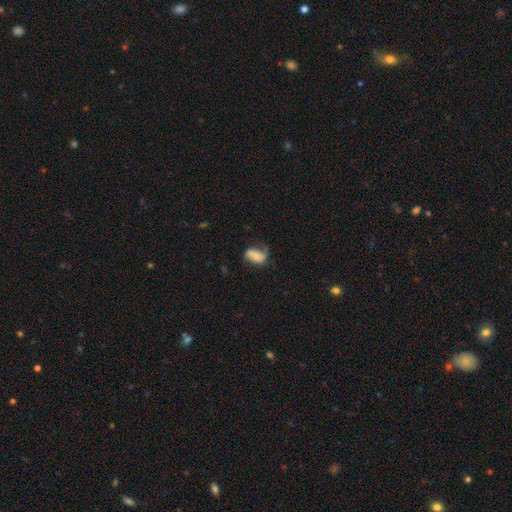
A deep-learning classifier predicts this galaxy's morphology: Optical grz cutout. It shows a smooth galaxy with no disk features (49%). Merging: none (46%).